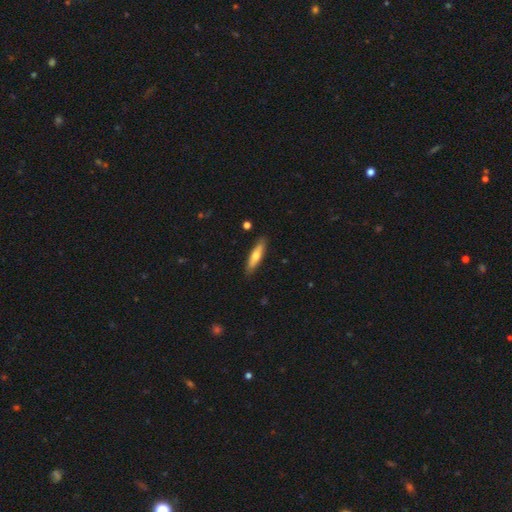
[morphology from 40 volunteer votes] Overall: smooth (60%; featured or disk 30%). How rounded: cigar-shaped (83%). Merging: none (92%).